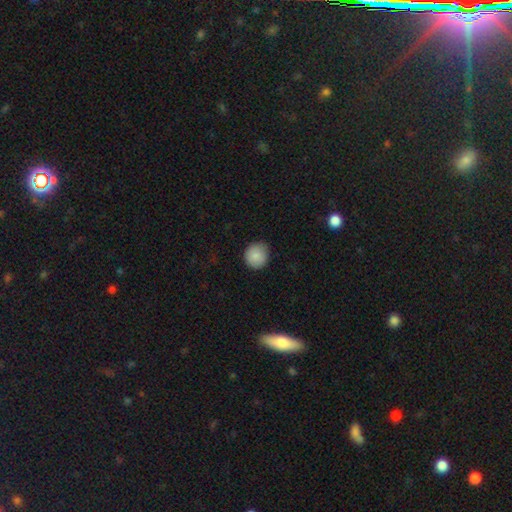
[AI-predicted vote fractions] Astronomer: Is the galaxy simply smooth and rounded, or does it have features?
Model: smooth — 86%.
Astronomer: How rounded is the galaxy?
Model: round — 90%.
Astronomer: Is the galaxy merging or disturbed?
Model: none — 84%.